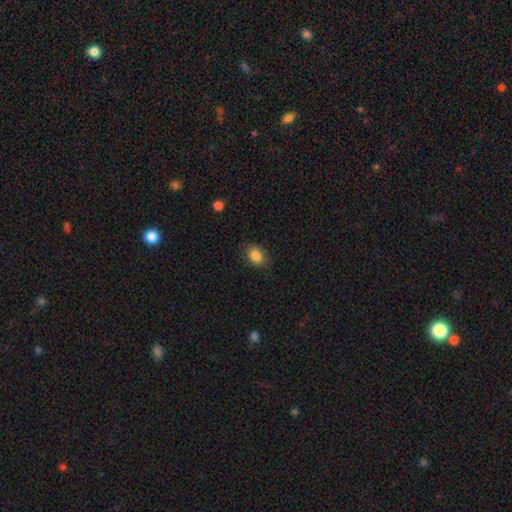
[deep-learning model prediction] Smooth or featured? Predicted: smooth (p=0.85). How rounded? Predicted: in between (p=0.65). Merging? Predicted: none (p=0.83).